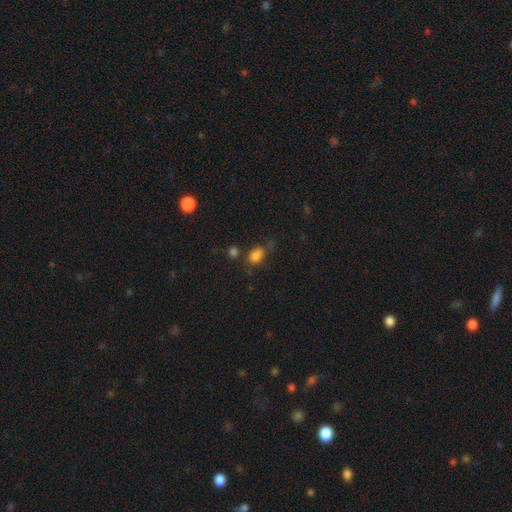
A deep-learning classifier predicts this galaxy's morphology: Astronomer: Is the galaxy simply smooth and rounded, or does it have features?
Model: smooth — 79%.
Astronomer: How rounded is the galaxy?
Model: in between — 71%.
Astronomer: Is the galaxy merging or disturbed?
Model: none — 58%.